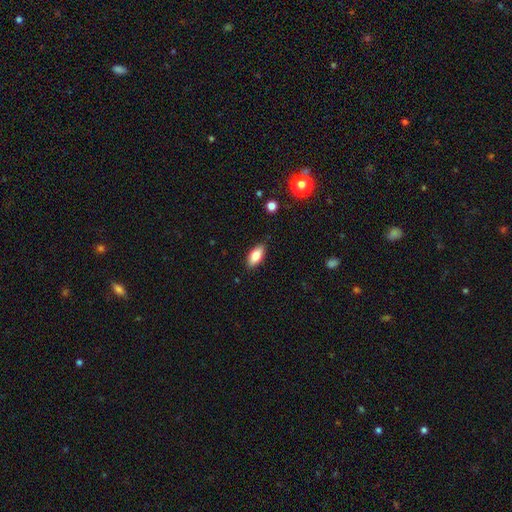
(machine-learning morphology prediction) Q: Smooth or featured?
A: smooth (80%); runner-up: featured or disk (12%)
Q: How rounded?
A: in between (88%); runner-up: cigar-shaped (10%)
Q: Merging?
A: none (85%); runner-up: minor disturbance (11%)